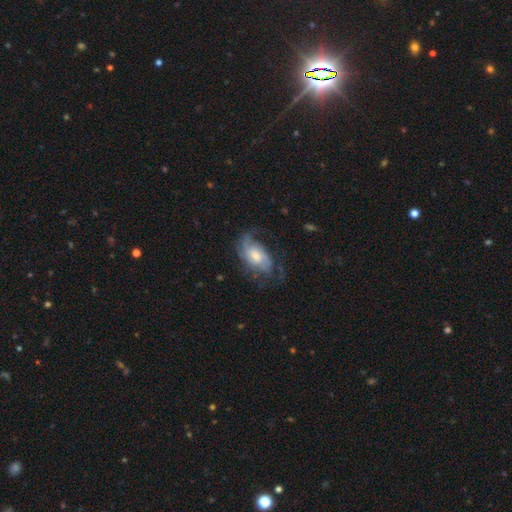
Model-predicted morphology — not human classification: The model was most divided on "bar": no: 51%, weak: 41%, strong: 8%. Remaining: edge-on disk — no (96%); spiral arms — yes (91%); smooth or featured — featured or disk (76%); merging — none (53%); bulge size — moderate (53%); spiral arm count — 2 (43%); spiral winding — medium (43%).